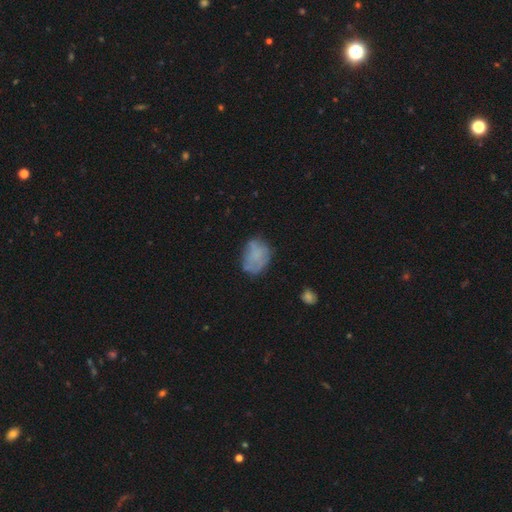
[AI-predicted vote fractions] A smooth galaxy with no disk features (62%) that is in between round and cigar-shaped (67%). Merging: none (55%).